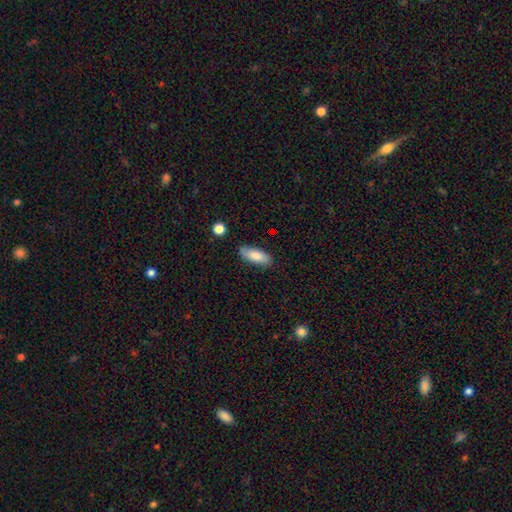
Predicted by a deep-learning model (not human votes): Smooth or featured?
  - smooth: 83% *
  - featured or disk: 11%
  - star or artifact: 7%
How rounded?
  - in between: 74% *
  - cigar-shaped: 23%
  - round: 2%
Merging?
  - none: 83% *
  - minor disturbance: 12%
  - major disturbance: 3%
  - merger: 2%